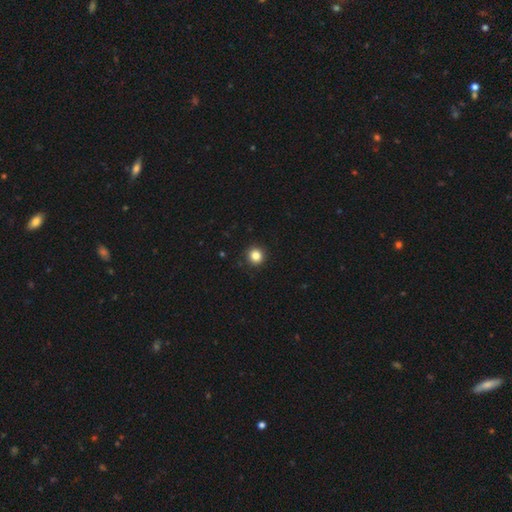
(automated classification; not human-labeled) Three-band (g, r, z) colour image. It shows a smooth galaxy with no disk features (85%) that is round (92%). Merging: none (92%).